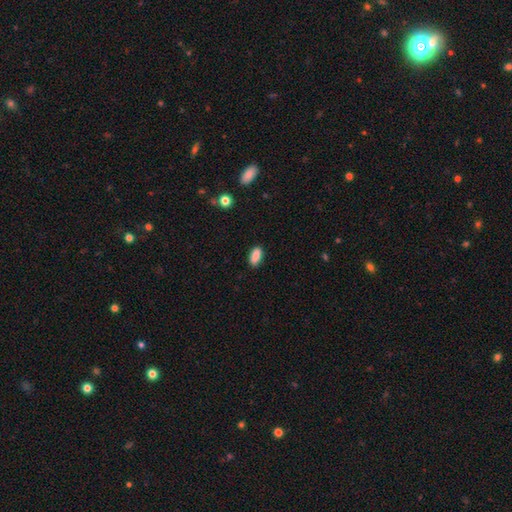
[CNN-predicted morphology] The model was most divided on "merging": none: 87%, minor disturbance: 10%, major disturbance: 2%, merger: 1%. More confident: how rounded — in between (90%); smooth or featured — smooth (88%).